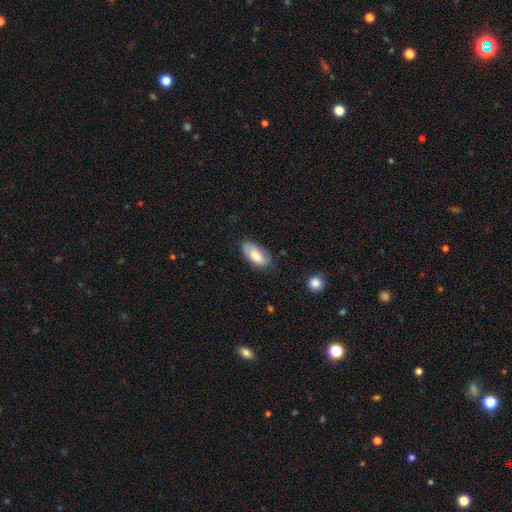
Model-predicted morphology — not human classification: smooth_or_featured: smooth (p=0.79) [alt: featured or disk p=0.15]
how_rounded: in between (p=0.92) [alt: cigar-shaped p=0.06]
merging: none (p=0.68) [alt: minor disturbance p=0.25]